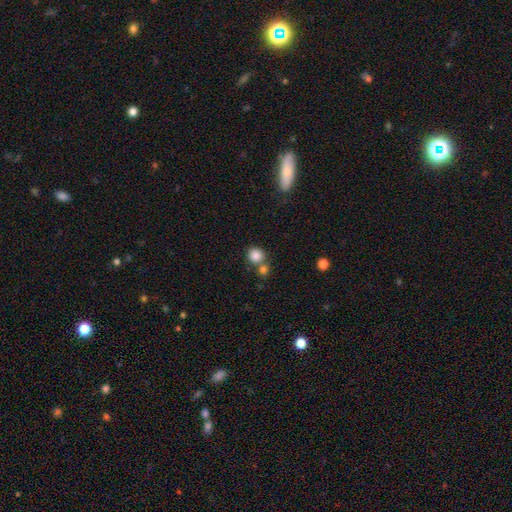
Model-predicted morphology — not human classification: This is clearly a smooth galaxy (84%). How rounded: clearly round (88%). Merging: possibly none (59%).